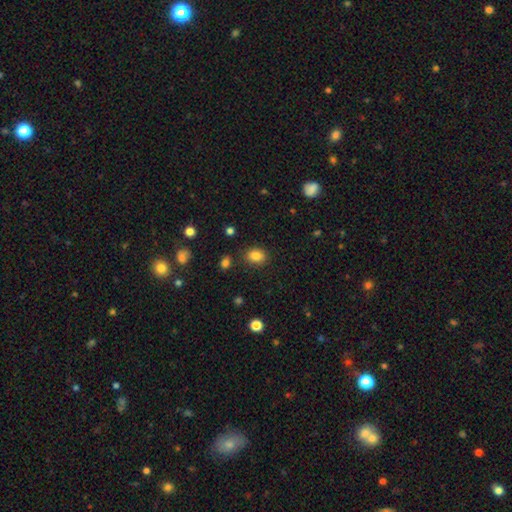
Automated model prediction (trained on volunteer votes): The model was most divided on "how rounded": in between: 66%, round: 32%, cigar-shaped: 1%. More confident: smooth or featured — smooth (84%); merging — none (84%).